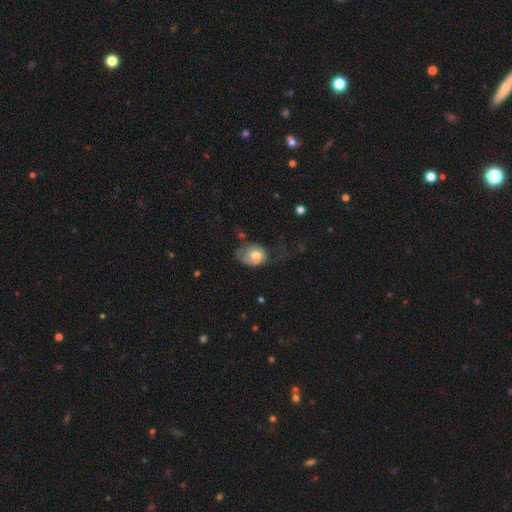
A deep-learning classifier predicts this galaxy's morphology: Overall: smooth (62%; featured or disk 30%). How rounded: in between (62%; round 37%). Merging: major disturbance (31%; minor disturbance 26%).